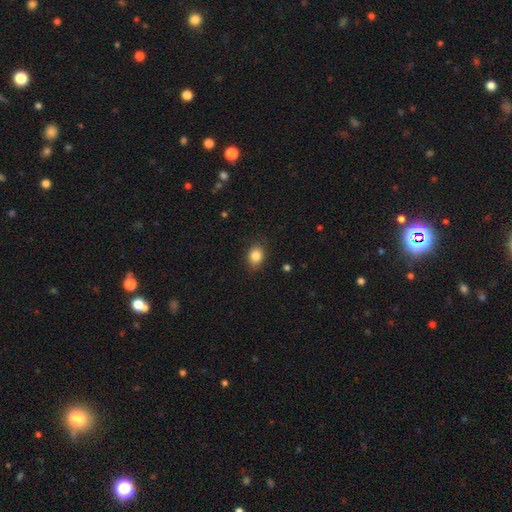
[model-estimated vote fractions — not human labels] Morphology: type=smooth (86%); roundness=in between (60%); merging=none (85%).